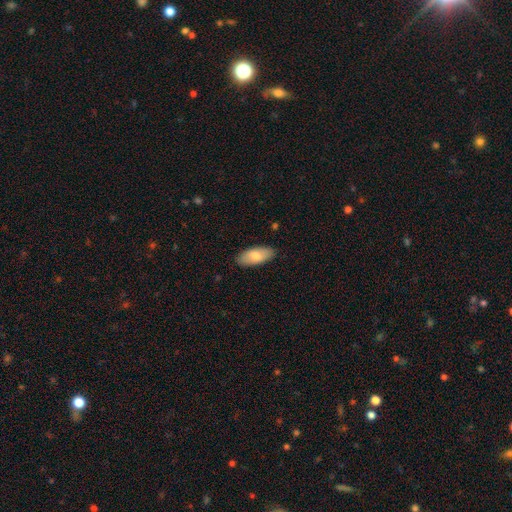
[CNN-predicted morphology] Smooth or featured? smooth (78%)
How rounded? in between (87%)
Merging? none (88%)